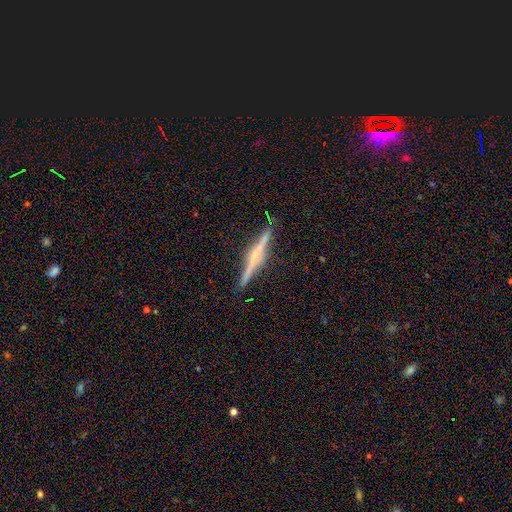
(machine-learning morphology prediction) smooth-or-featured: featured or disk: 76% | smooth: 18% | star or artifact: 6%
  disk-edge-on: yes: 98% | no: 2%
    edge-on-bulge: rounded: 63% | none: 22% | boxy: 15%
  merging: none: 90% | minor disturbance: 8% | major disturbance: 2% | merger: 1%